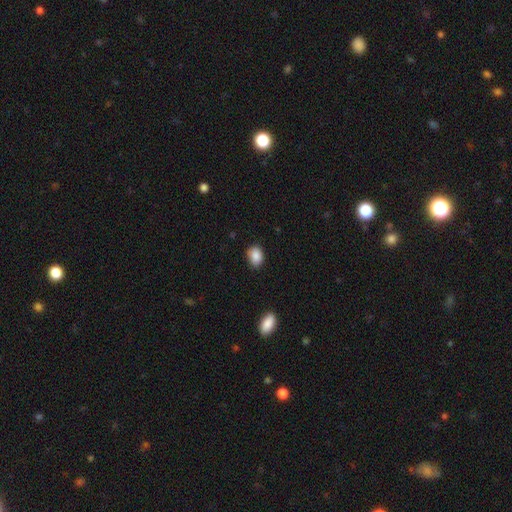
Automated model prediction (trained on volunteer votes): Smooth or featured: smooth — 88% (star or artifact — 8%)
How rounded: in between — 66% (round — 33%)
Merging: none — 80% (minor disturbance — 16%)